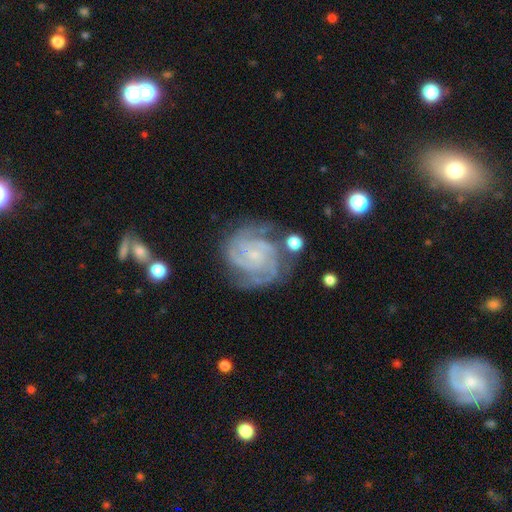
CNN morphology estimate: Overall: featured or disk (89%). Edge-on disk: no (98%). Bar: no (63%; weak 30%). Spiral arms: yes (98%). Spiral arm count: 3 (35%; 2 24%). Spiral winding: tight (69%). Bulge size: small (79%). Merging: none (69%).